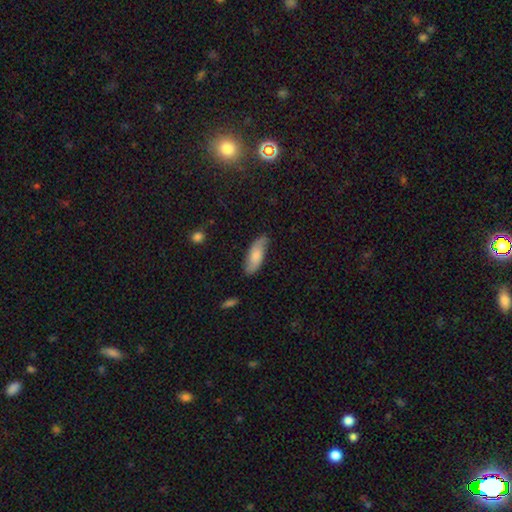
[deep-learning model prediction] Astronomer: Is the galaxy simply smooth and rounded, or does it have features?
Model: smooth — 68%.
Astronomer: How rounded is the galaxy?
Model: in between — 70%.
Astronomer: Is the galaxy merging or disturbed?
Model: none — 75%.